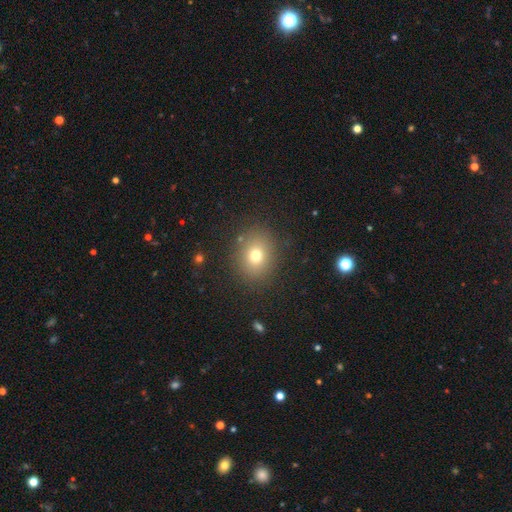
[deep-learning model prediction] A smooth galaxy with no disk features (73%) that is round (65%). Merging: none (86%).